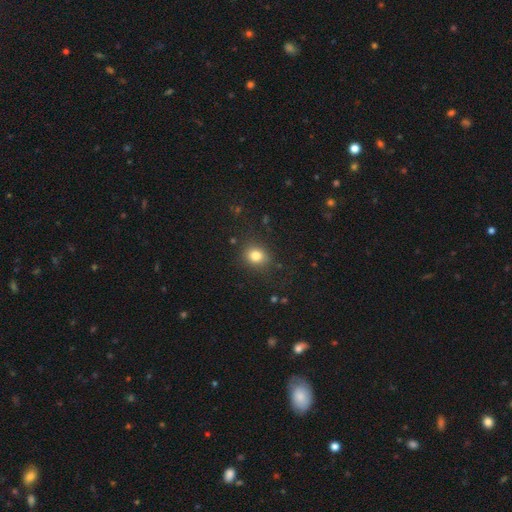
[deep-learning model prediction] The model was most divided on "how rounded": round: 68%, in between: 31%, cigar-shaped: 1%. More confident: merging — none (83%); smooth or featured — smooth (81%).